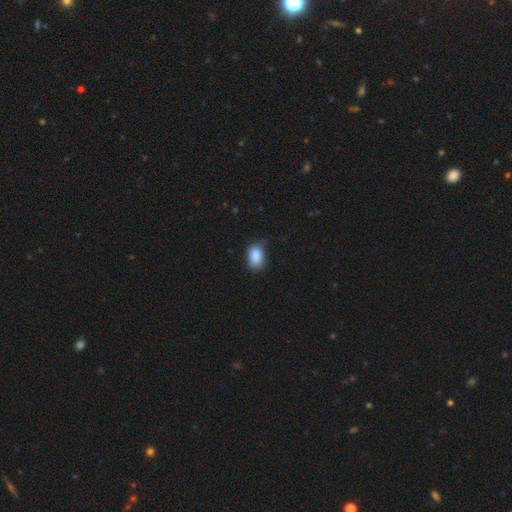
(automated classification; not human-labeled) smooth-or-featured: smooth: 87% | star or artifact: 8% | featured or disk: 5%
  how-rounded: in between: 83% | round: 16% | cigar-shaped: 1%
  merging: none: 63% | minor disturbance: 30% | major disturbance: 6% | merger: 2%